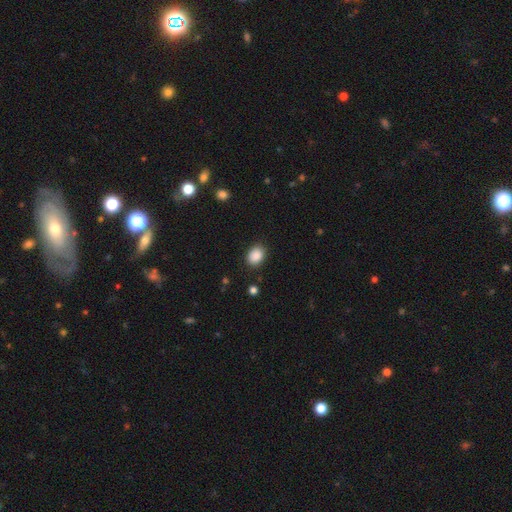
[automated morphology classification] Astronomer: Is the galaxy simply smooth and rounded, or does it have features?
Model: smooth — 89%.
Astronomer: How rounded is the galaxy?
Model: in between — 62% (runner-up: round, 37%).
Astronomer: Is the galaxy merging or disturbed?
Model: none — 87%.